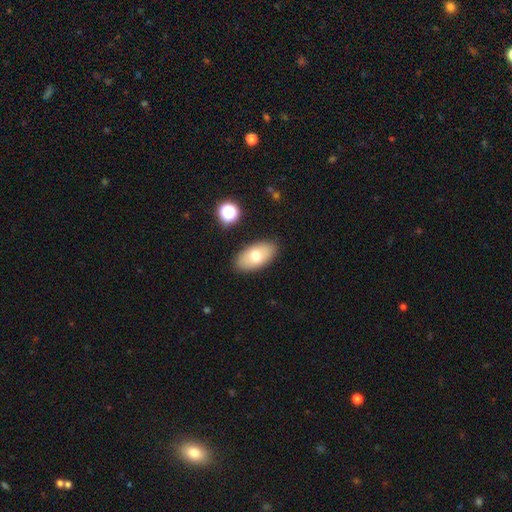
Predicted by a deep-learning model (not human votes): Morphology: type=smooth (69%); roundness=in between (93%); merging=none (86%).